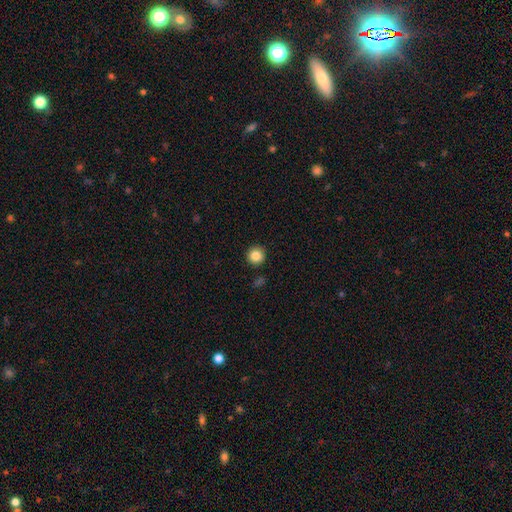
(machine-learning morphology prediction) smooth_or_featured: smooth (p=0.85) [alt: star or artifact p=0.10]
how_rounded: round (p=0.95) [alt: in between p=0.04]
merging: none (p=0.92) [alt: minor disturbance p=0.05]